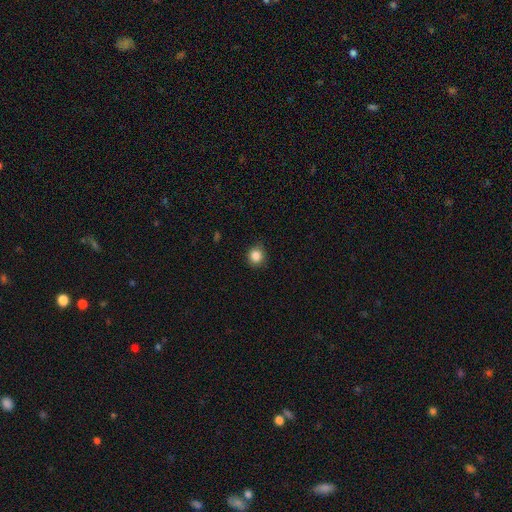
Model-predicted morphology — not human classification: smooth-or-featured: smooth: 85% | star or artifact: 11% | featured or disk: 4%
  how-rounded: round: 87% | in between: 12% | cigar-shaped: 1%
  merging: none: 84% | minor disturbance: 13% | major disturbance: 2% | merger: 1%